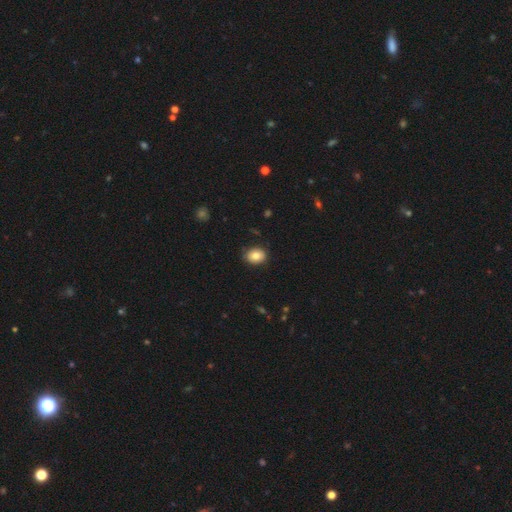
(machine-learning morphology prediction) Smooth or featured? Predicted: smooth (p=0.83). How rounded? Predicted: in between (p=0.60). Merging? Predicted: none (p=0.84).